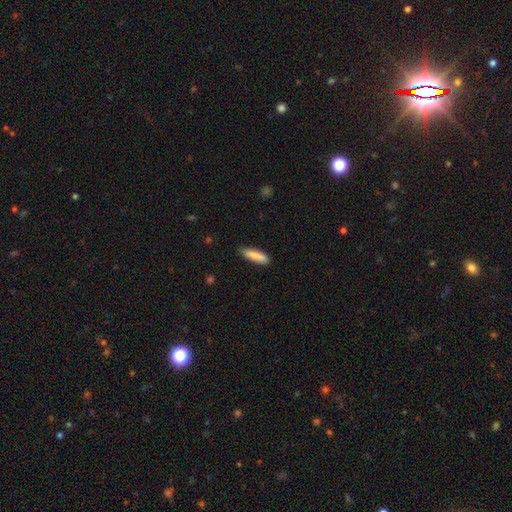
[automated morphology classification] This is clearly a smooth galaxy (86%). How rounded: likely cigar-shaped (69%). Merging: clearly none (82%).